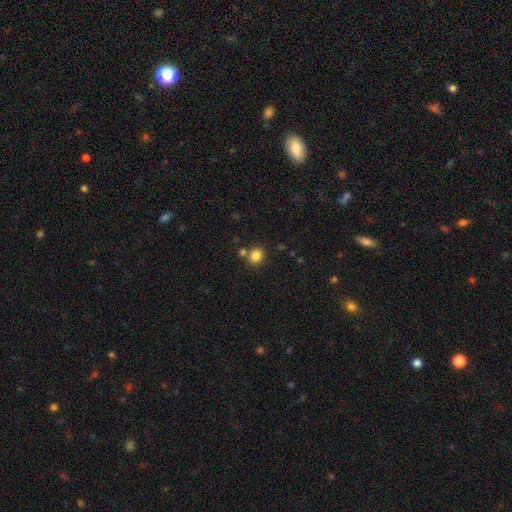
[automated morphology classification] A smooth galaxy with no disk features (83%) that is round (79%). Merging: none (73%).